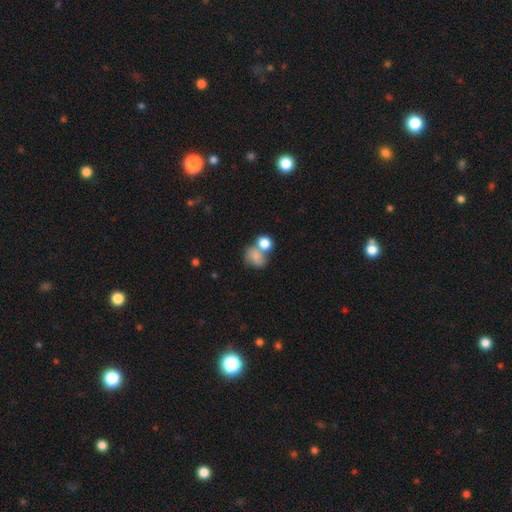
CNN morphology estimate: The model was most divided on "how rounded": round: 51%, in between: 48%, cigar-shaped: 1%. More confident: smooth or featured — smooth (72%); merging — merger (51%).